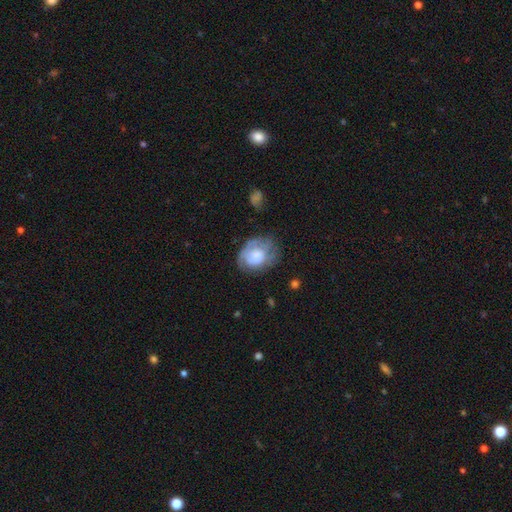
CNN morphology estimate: This is possibly a featured or disk galaxy (47%). Merging: possibly none (51%).